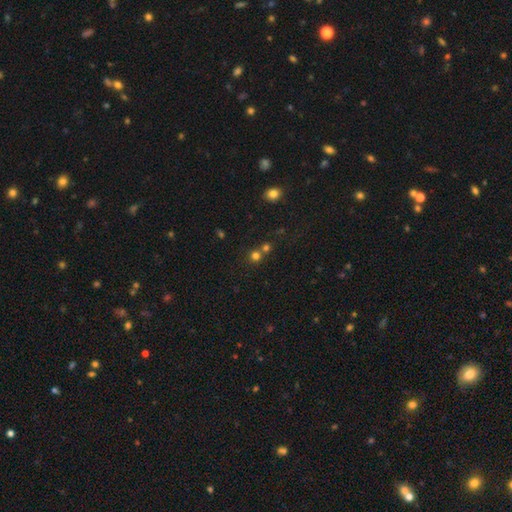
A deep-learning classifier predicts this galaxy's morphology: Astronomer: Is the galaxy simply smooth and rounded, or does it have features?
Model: smooth — 72%.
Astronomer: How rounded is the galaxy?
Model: round — 90%.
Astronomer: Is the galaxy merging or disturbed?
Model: none — 58% (runner-up: merger, 34%).